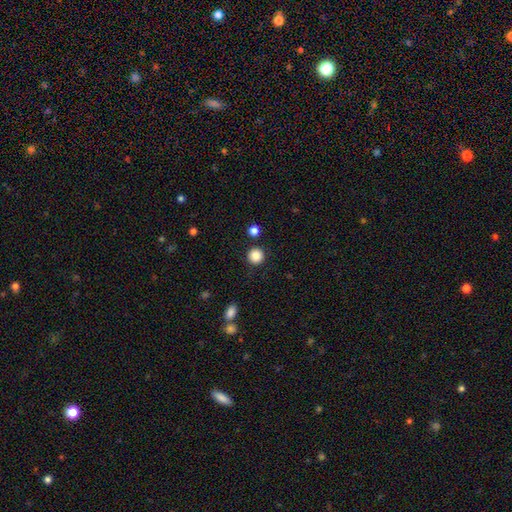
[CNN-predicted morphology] The model was most divided on "smooth or featured": smooth: 87%, star or artifact: 10%, featured or disk: 3%. More confident: how rounded — round (95%); merging — none (89%).